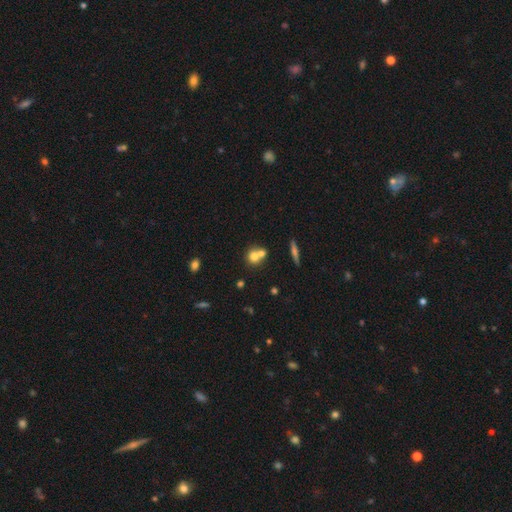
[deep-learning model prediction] A smooth galaxy with no disk features (68%) that is round (78%). Merging: merger (52%).